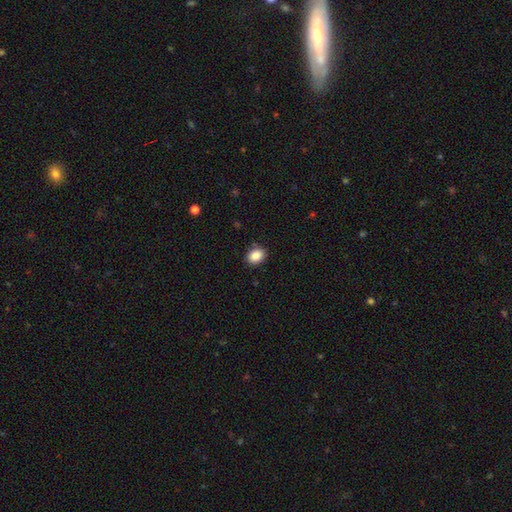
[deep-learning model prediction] Smooth or featured?
  - smooth: 87% *
  - star or artifact: 8%
  - featured or disk: 4%
How rounded?
  - in between: 60% *
  - round: 39%
  - cigar-shaped: 1%
Merging?
  - none: 88% *
  - minor disturbance: 9%
  - major disturbance: 2%
  - merger: 1%